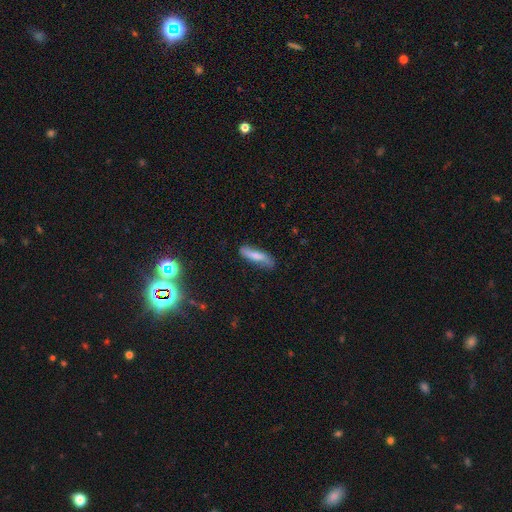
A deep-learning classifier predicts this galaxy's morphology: Smooth or featured?
  - smooth: 67% *
  - featured or disk: 27%
  - star or artifact: 7%
How rounded?
  - cigar-shaped: 70% *
  - in between: 28%
  - round: 2%
Merging?
  - none: 71% *
  - minor disturbance: 22%
  - major disturbance: 5%
  - merger: 2%